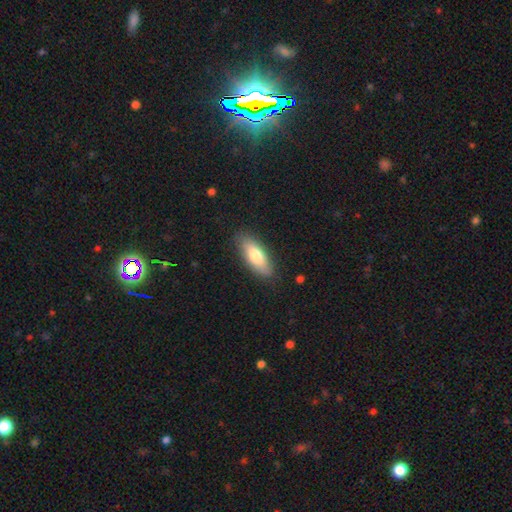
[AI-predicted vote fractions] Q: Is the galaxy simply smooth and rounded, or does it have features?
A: smooth — 75%.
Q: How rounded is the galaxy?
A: in between — 71%.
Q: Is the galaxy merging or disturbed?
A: none — 85%.